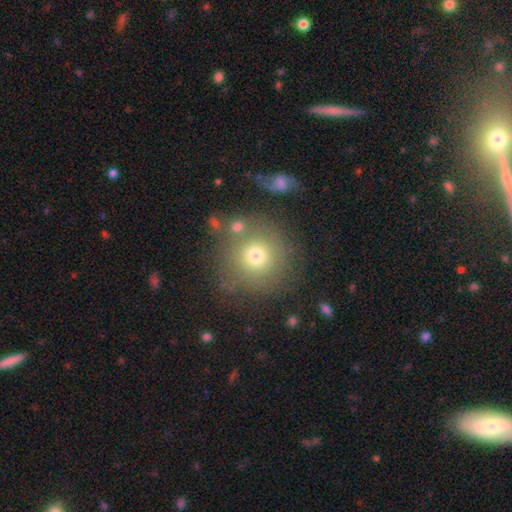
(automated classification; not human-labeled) smooth-or-featured: smooth: 71% | featured or disk: 16% | star or artifact: 13%
  how-rounded: round: 93% | in between: 6% | cigar-shaped: 1%
  merging: none: 74% | minor disturbance: 12% | merger: 8% | major disturbance: 6%